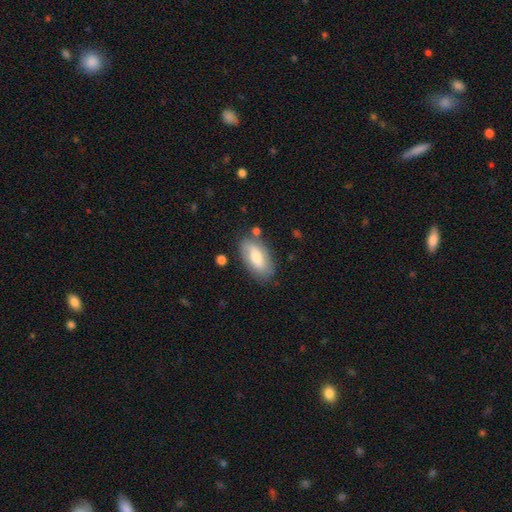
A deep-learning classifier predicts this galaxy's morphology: smooth-or-featured: smooth: 68% | featured or disk: 25% | star or artifact: 7%
  how-rounded: in between: 91% | cigar-shaped: 6% | round: 3%
  merging: none: 79% | minor disturbance: 15% | major disturbance: 3% | merger: 3%